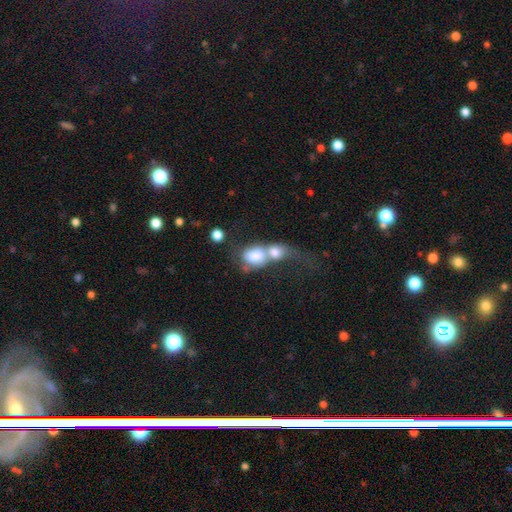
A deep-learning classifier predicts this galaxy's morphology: A smooth galaxy with no disk features (72%) that is in between round and cigar-shaped (60%).

Vote fractions:
- Smooth or featured? smooth: 72% / featured or disk: 20% / star or artifact: 8%
- How rounded? in between: 60% / round: 37% / cigar-shaped: 3%
- Merging? merger: 77% / major disturbance: 10% / none: 8% / minor disturbance: 5%